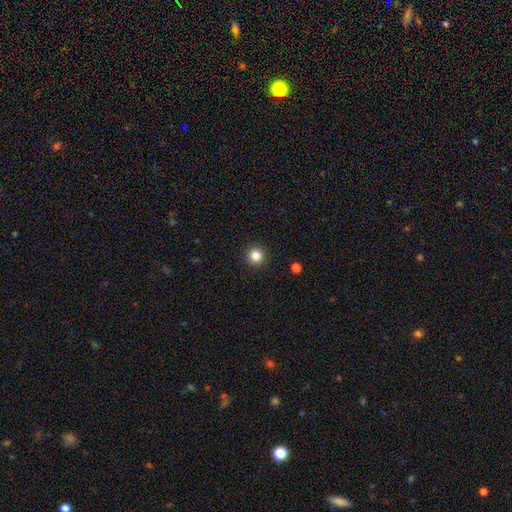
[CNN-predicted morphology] Smooth or featured? smooth (84%)
How rounded? round (96%)
Merging? none (93%)